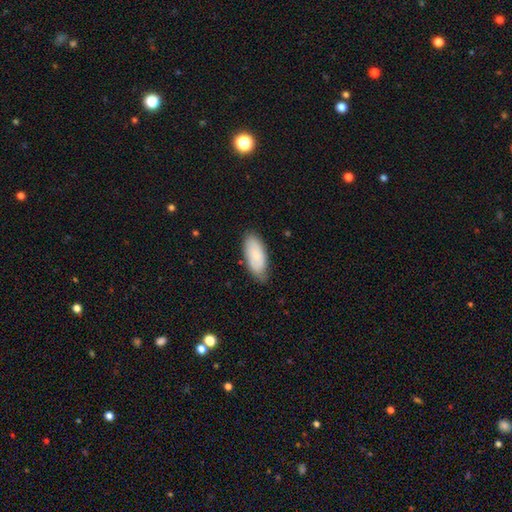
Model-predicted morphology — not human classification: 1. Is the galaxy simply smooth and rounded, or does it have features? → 73% smooth, 20% featured or disk, 6% star or artifact.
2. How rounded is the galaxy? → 86% in between, 12% cigar-shaped, 2% round.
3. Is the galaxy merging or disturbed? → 75% none, 20% minor disturbance, 3% major disturbance, 1% merger.